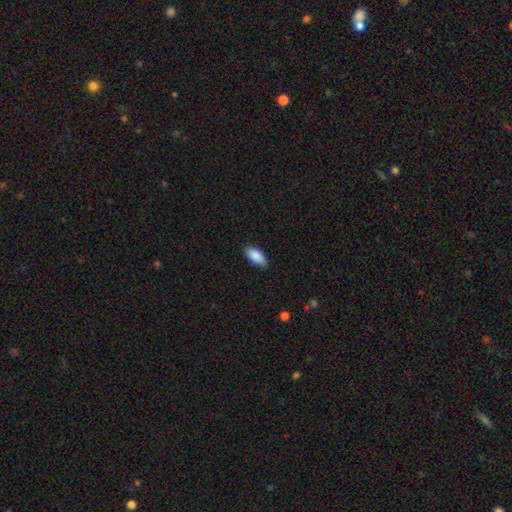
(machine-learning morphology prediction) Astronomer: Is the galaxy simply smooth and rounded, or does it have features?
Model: smooth — 87%.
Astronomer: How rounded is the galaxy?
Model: in between — 88%.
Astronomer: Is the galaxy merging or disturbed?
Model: none — 80%.